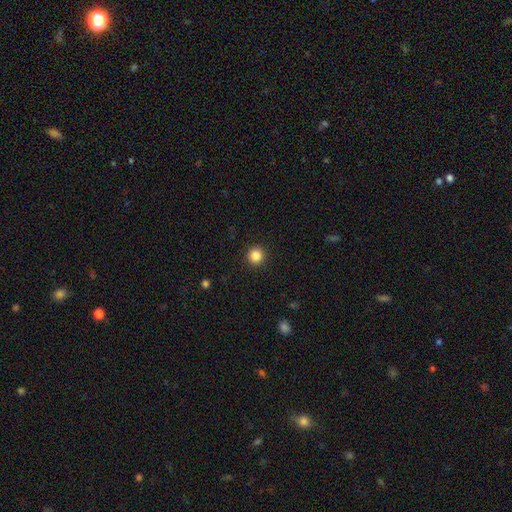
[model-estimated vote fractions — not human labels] A smooth galaxy with no disk features (85%) that is round (95%). Merging: none (93%).